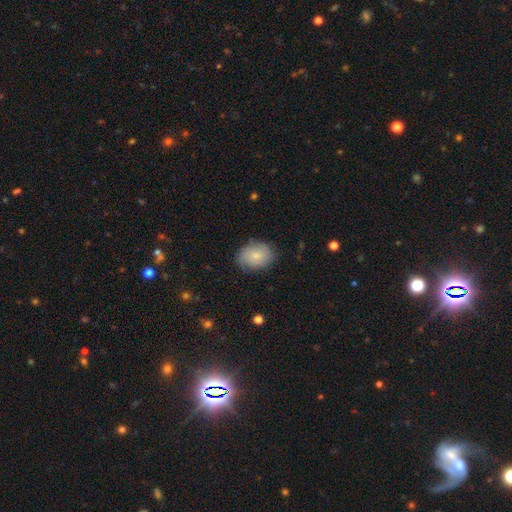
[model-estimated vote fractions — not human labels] This is likely a smooth galaxy (79%). How rounded: likely in between (70%). Merging: likely none (78%).